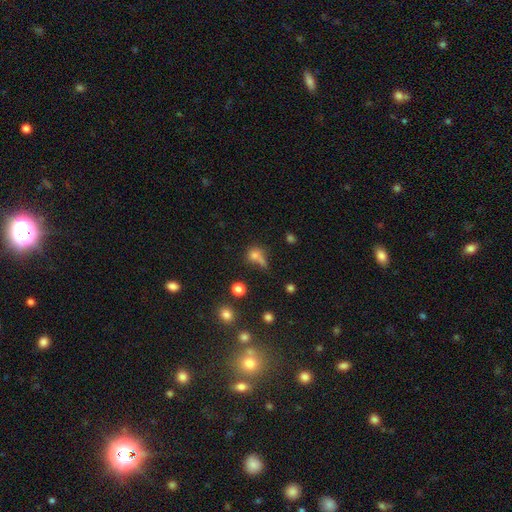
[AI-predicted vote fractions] smooth_or_featured: smooth (p=0.72) [alt: star or artifact p=0.17]
how_rounded: round (p=0.72) [alt: in between p=0.24]
merging: none (p=0.43) [alt: merger p=0.26]